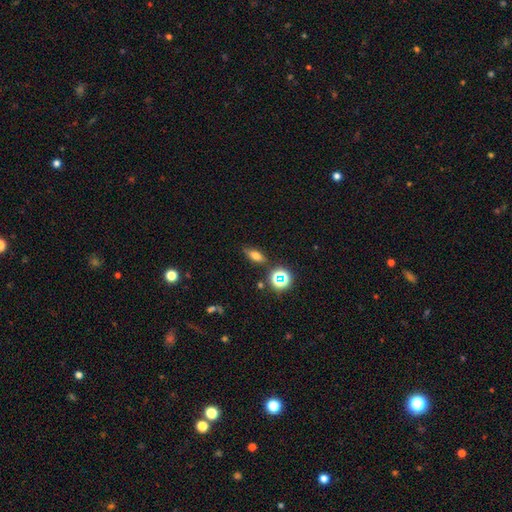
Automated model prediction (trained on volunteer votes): smooth-or-featured: smooth: 62% | featured or disk: 21% | star or artifact: 17%
  how-rounded: in between: 61% | cigar-shaped: 26% | round: 13%
  merging: none: 79% | minor disturbance: 14% | major disturbance: 4% | merger: 4%